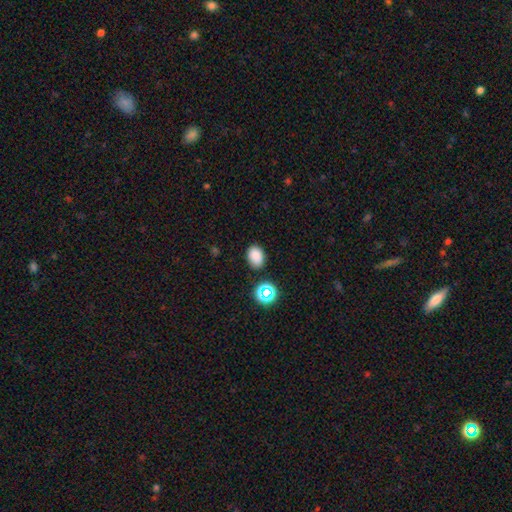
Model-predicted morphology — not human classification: smooth-or-featured: smooth: 83% | star or artifact: 13% | featured or disk: 5%
  how-rounded: in between: 78% | round: 21% | cigar-shaped: 1%
  merging: none: 80% | minor disturbance: 13% | merger: 4% | major disturbance: 3%